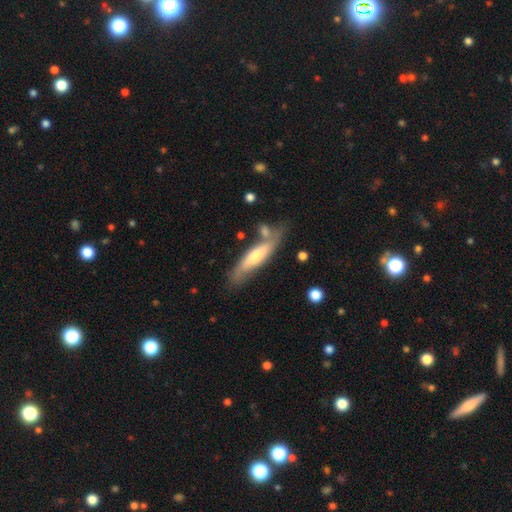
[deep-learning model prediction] Smooth or featured? smooth (52%)
How rounded? cigar-shaped (73%)
Merging? none (63%)